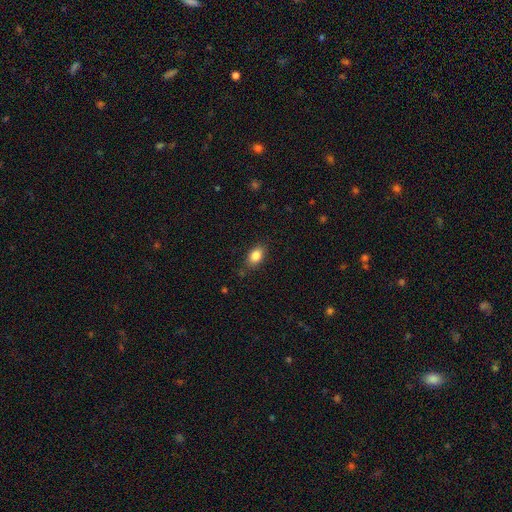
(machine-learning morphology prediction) The model was most divided on "merging": none: 82%, minor disturbance: 13%, major disturbance: 3%, merger: 1%. More confident: how rounded — in between (85%); smooth or featured — smooth (85%).